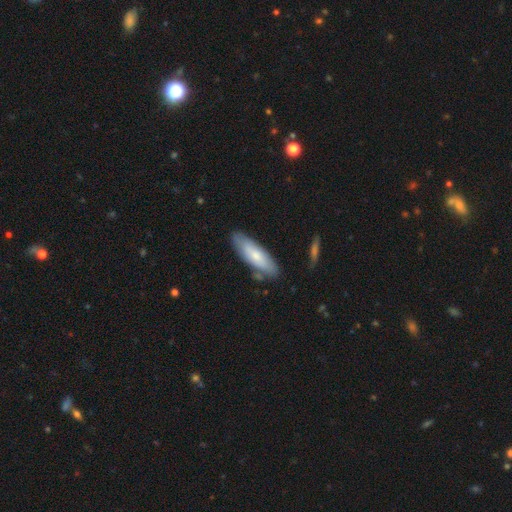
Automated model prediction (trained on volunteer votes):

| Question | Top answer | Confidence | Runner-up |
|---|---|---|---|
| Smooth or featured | smooth | 69% | featured or disk (26%) |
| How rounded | cigar-shaped | 52% | in between (47%) |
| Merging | none | 79% | minor disturbance (15%) |